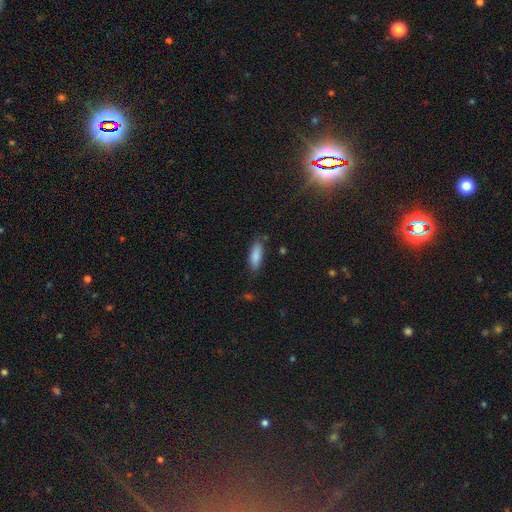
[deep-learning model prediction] This appears to be a smooth galaxy with no disk features (86%) that is in between round and cigar-shaped (66%). Merging: none (81%).